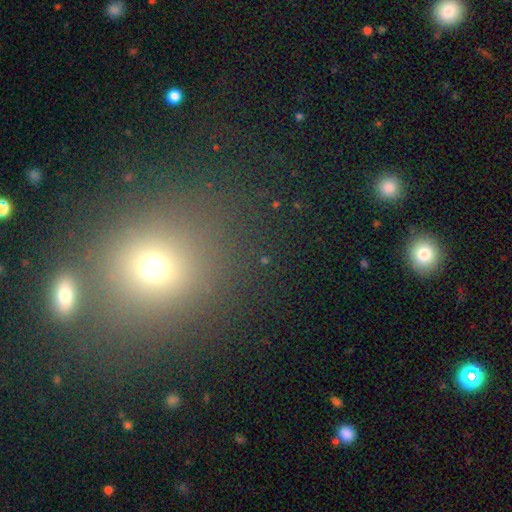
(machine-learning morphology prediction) A smooth galaxy with no disk features (59%) that is round (78%).

Vote fractions:
- Smooth or featured? smooth: 59% / star or artifact: 30% / featured or disk: 11%
- How rounded? round: 78% / in between: 21% / cigar-shaped: 2%
- Merging? none: 76% / merger: 10% / minor disturbance: 9% / major disturbance: 5%